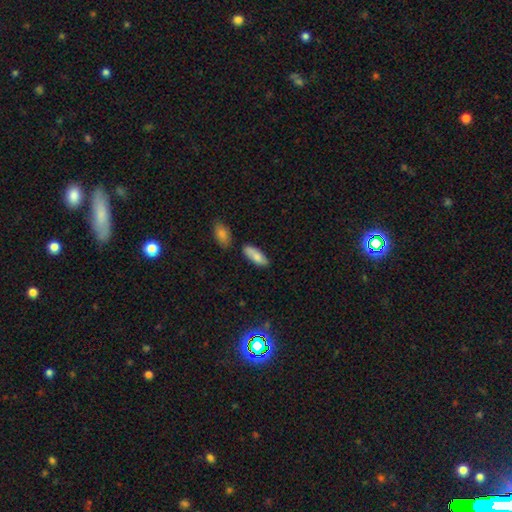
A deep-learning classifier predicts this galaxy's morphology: This appears to be a smooth galaxy with no disk features (79%) that is in between round and cigar-shaped (76%). Merging: none (74%).